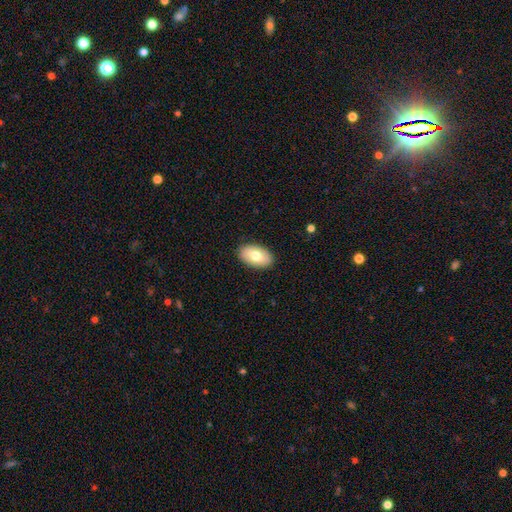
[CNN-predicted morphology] smooth_or_featured: smooth (p=0.74) [alt: featured or disk p=0.19]
how_rounded: in between (p=0.94) [alt: round p=0.05]
merging: none (p=0.89) [alt: minor disturbance p=0.08]